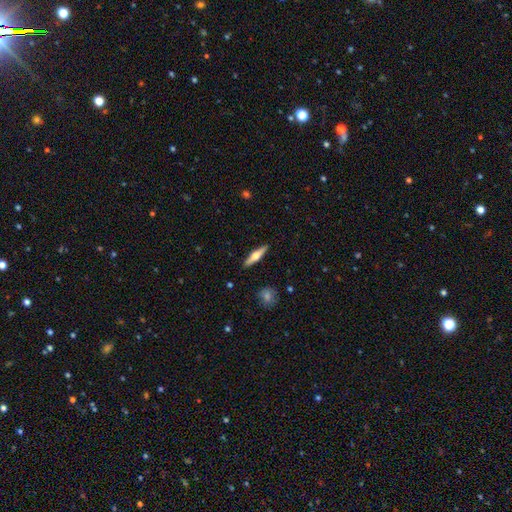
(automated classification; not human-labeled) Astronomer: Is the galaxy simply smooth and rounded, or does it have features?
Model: featured or disk — 56% (runner-up: smooth, 39%).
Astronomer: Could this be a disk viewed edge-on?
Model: yes — 96%.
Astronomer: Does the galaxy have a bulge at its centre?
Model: rounded — 93%.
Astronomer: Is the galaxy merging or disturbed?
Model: none — 90%.